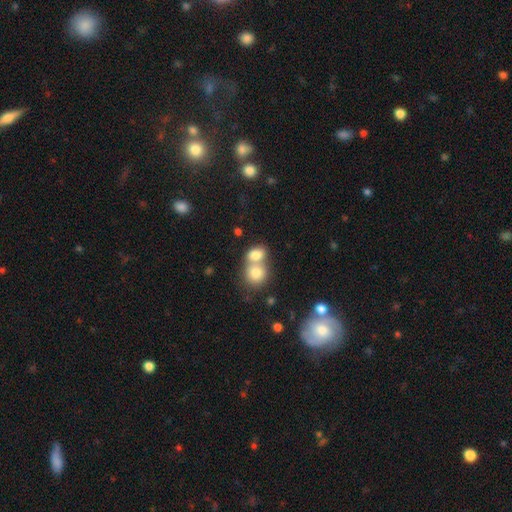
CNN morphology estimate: Overall: smooth (79%). How rounded: round (50%; in between 49%). Merging: merger (64%; none 27%).